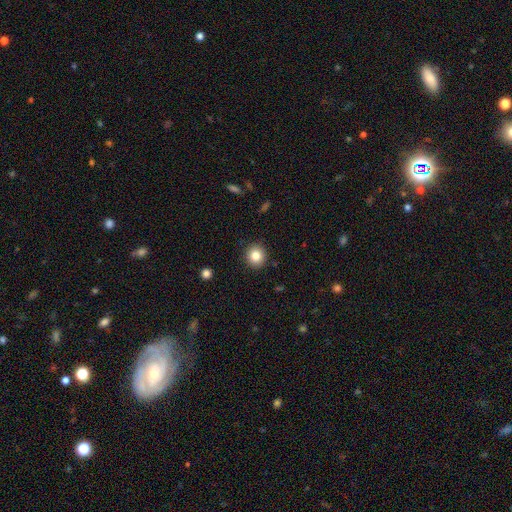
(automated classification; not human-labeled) smooth 82%, star or artifact 10%, featured or disk 7%. Down the decision tree: how rounded — round (90%); merging — none (91%).